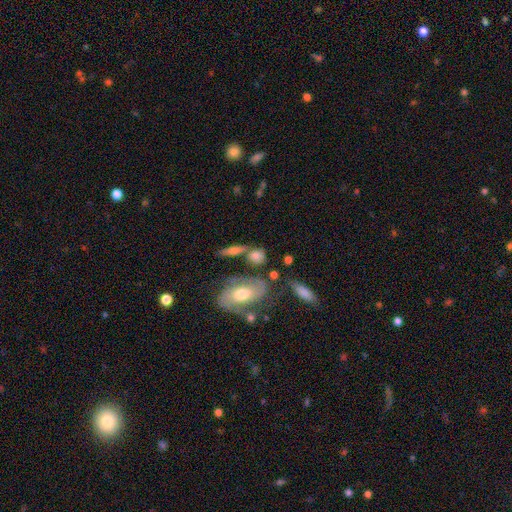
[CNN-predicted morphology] A smooth galaxy with no disk features (64%) that is round (48%). Merging: none (55%).